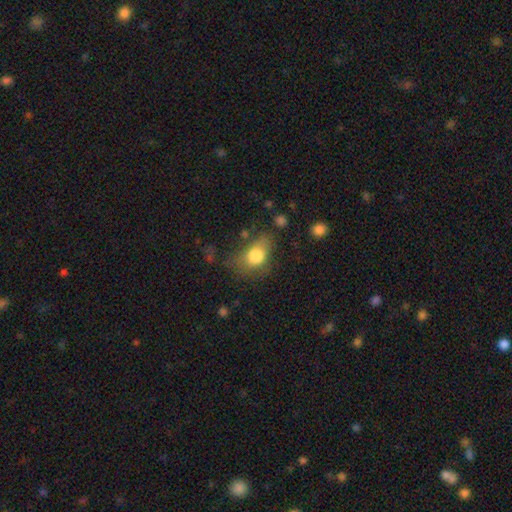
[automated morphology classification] smooth-or-featured: smooth: 77% | featured or disk: 15% | star or artifact: 9%
  how-rounded: in between: 78% | round: 20% | cigar-shaped: 2%
  merging: none: 45% | minor disturbance: 29% | major disturbance: 21% | merger: 4%